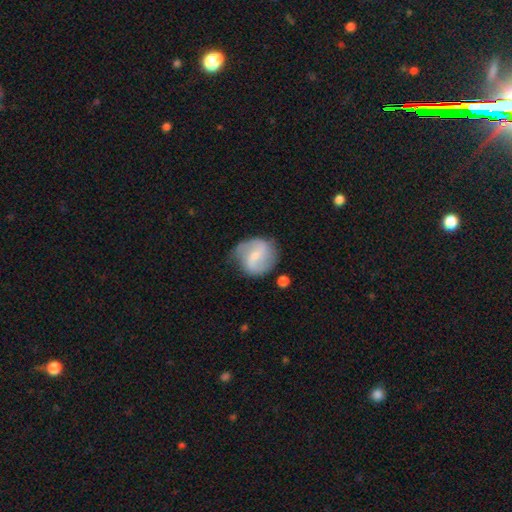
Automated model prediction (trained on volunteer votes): The model was most divided on "spiral winding": loose: 43%, medium: 42%, tight: 15%. More confident: edge-on disk — no (97%); spiral arms — yes (91%); spiral arm count — 2 (86%); smooth or featured — featured or disk (71%); merging — none (69%); bulge size — small (60%); bar — weak (52%).